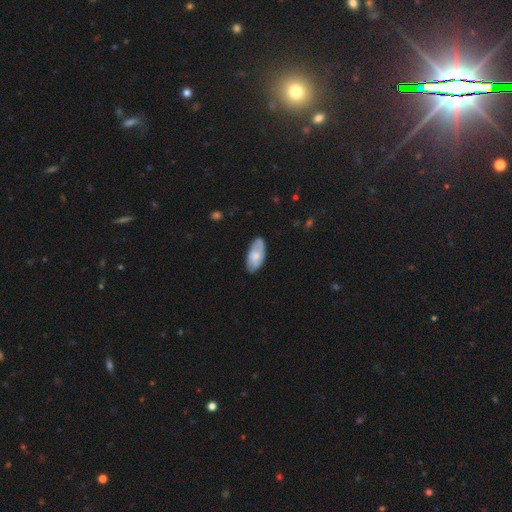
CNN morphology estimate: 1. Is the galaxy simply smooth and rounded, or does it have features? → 64% smooth, 30% featured or disk, 6% star or artifact.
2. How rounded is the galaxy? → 92% in between, 6% cigar-shaped, 2% round.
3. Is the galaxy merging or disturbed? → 76% none, 20% minor disturbance, 3% major disturbance, 1% merger.